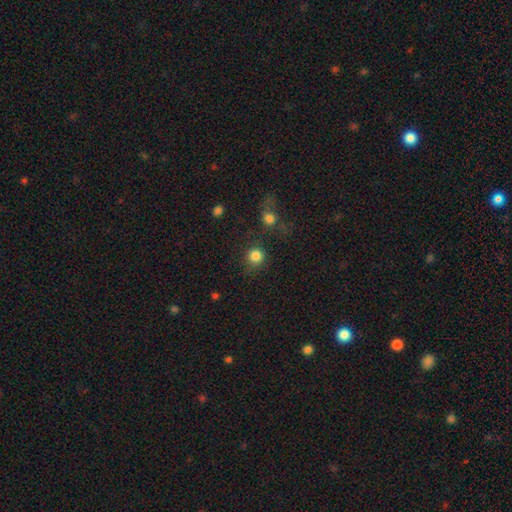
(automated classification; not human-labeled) Morphology: type=smooth (84%); roundness=round (92%); merging=none (77%).